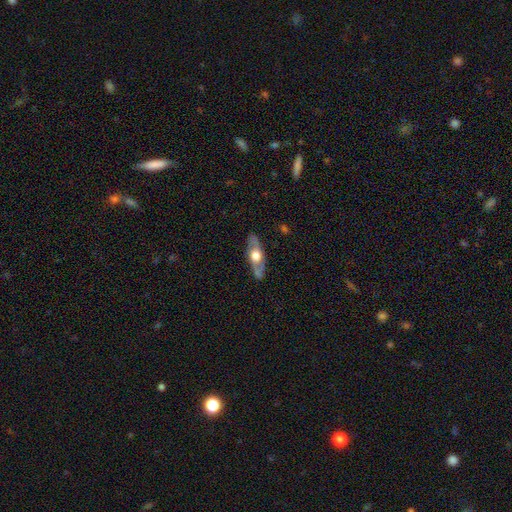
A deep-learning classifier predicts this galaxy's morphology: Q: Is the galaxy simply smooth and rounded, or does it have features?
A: featured or disk — 62%.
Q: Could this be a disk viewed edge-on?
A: yes — 52%.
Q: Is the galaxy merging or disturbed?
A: none — 84%.